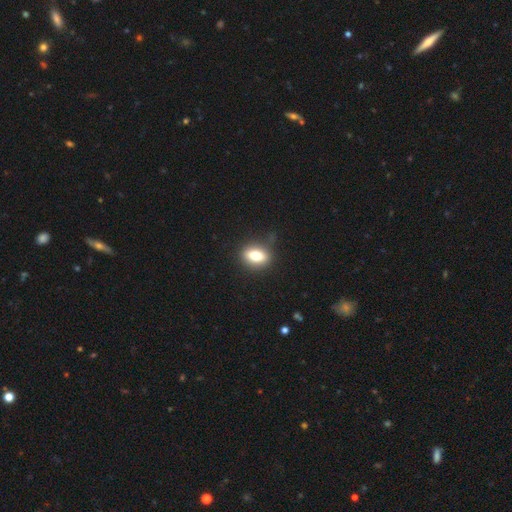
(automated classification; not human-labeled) Smooth or featured?
  - smooth: 73% *
  - featured or disk: 17%
  - star or artifact: 9%
How rounded?
  - in between: 72% *
  - round: 23%
  - cigar-shaped: 5%
Merging?
  - none: 82% *
  - minor disturbance: 12%
  - major disturbance: 4%
  - merger: 2%